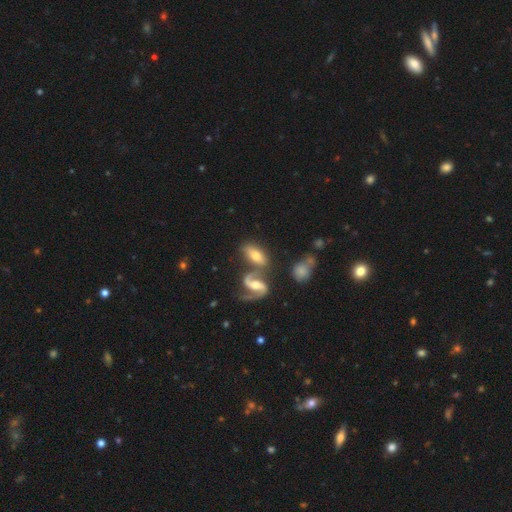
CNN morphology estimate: A featured or disk galaxy (49%). Merging: none (47%).